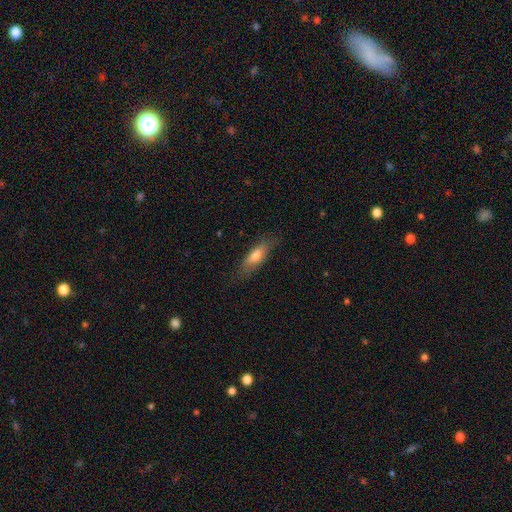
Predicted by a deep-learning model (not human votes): Smooth or featured?
  - smooth: 69% *
  - featured or disk: 24%
  - star or artifact: 7%
How rounded?
  - in between: 53% *
  - cigar-shaped: 44%
  - round: 2%
Merging?
  - none: 78% *
  - minor disturbance: 16%
  - major disturbance: 4%
  - merger: 1%